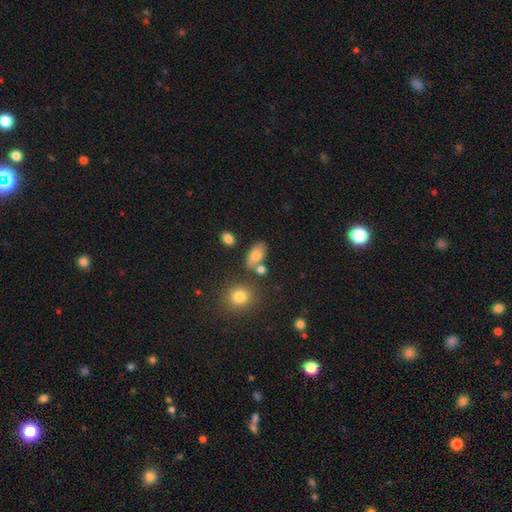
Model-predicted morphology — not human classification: Smooth or featured? smooth (79%)
How rounded? in between (86%)
Merging? none (67%)